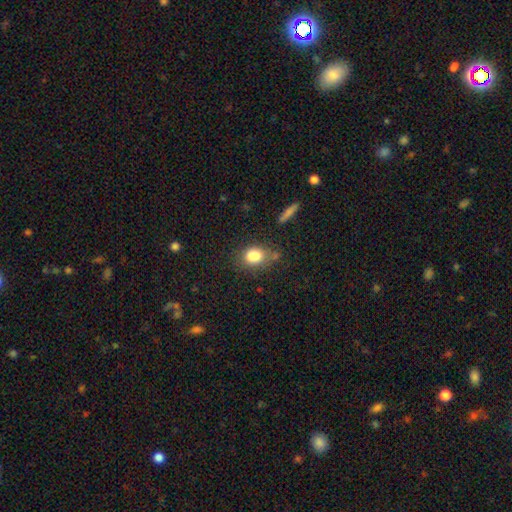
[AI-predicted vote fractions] This appears to be a smooth galaxy with no disk features (82%) that is in between round and cigar-shaped (66%). Merging: none (60%).